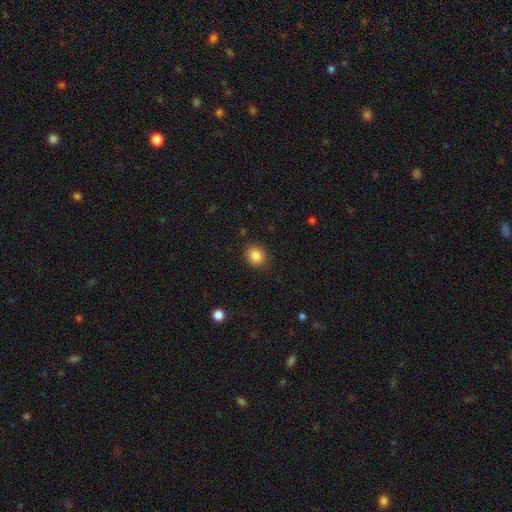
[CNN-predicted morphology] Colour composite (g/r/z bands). It shows a smooth galaxy with no disk features (86%) that is round (70%). Merging: none (88%).